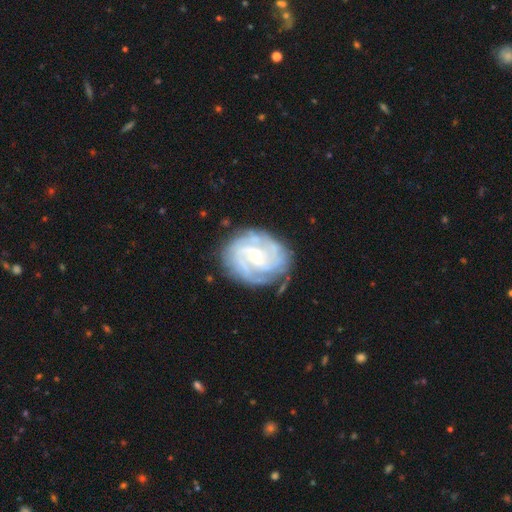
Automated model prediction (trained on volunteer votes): Smooth or featured: featured or disk — 87% (smooth — 8%)
Edge-on disk: no — 98% (yes — 2%)
Bar: weak — 46% (no — 42%)
Spiral arms: yes — 96% (no — 4%)
Spiral winding: tight — 63% (medium — 31%)
Spiral arm count: can't tell — 28% (2 — 26%)
Bulge size: small — 65% (moderate — 31%)
Merging: none — 75% (minor disturbance — 17%)